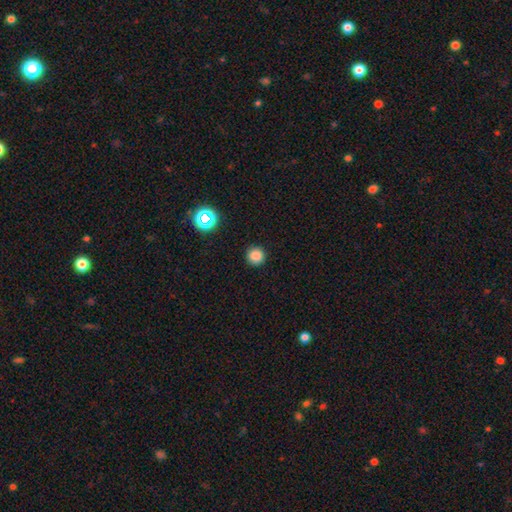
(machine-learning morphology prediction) type=smooth (83%); roundness=round (95%); merging=none (92%).